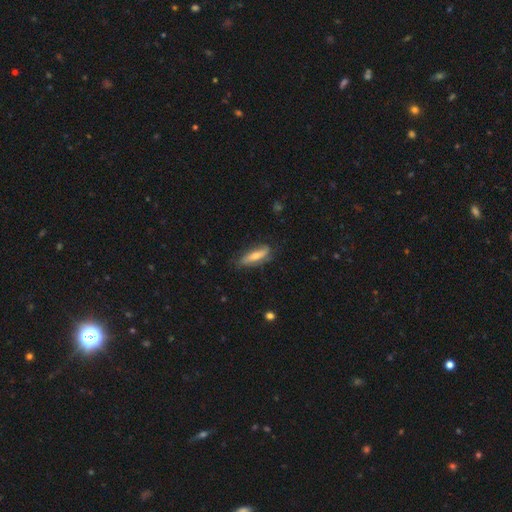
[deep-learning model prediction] smooth 47%, featured or disk 46%, star or artifact 7%. Down the decision tree: merging — none (71%).